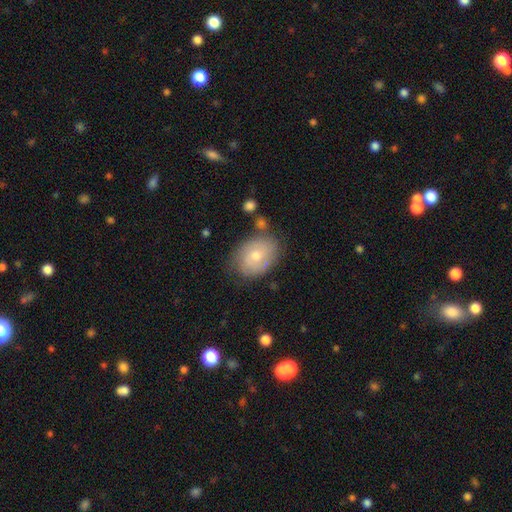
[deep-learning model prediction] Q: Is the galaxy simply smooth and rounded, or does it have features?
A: smooth — 48%.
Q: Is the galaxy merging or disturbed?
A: none — 73%.